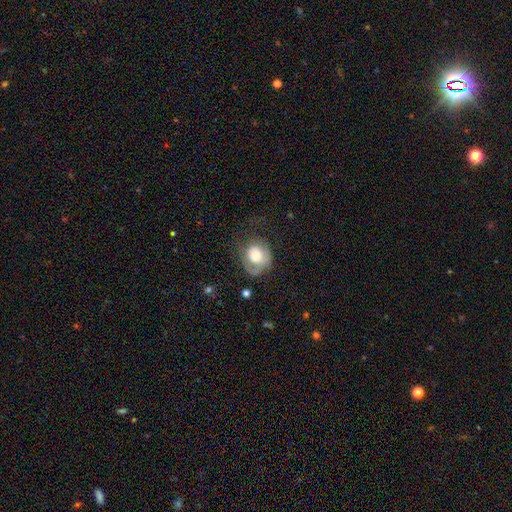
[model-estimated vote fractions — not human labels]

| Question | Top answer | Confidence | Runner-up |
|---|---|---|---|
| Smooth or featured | smooth | 54% | featured or disk (39%) |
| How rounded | round | 65% | in between (34%) |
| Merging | none | 39% | major disturbance (31%) |